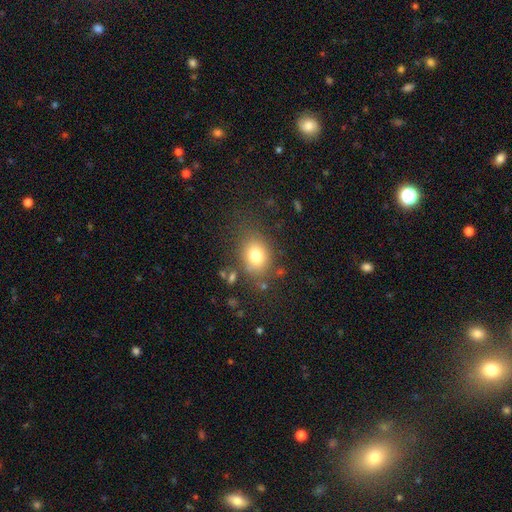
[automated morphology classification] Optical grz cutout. It shows a smooth galaxy with no disk features (78%) that is in between round and cigar-shaped (57%). Merging: none (74%).